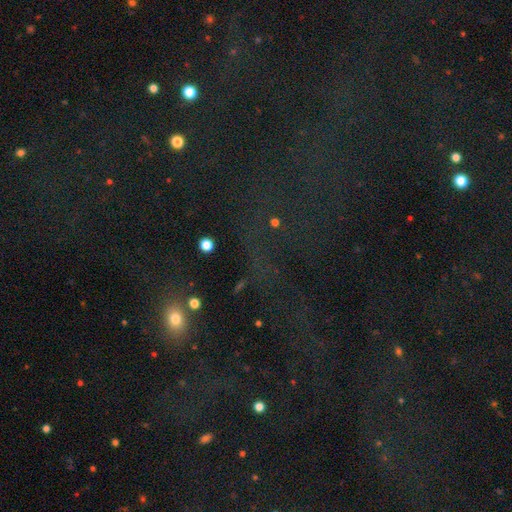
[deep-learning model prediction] Smooth or featured: star or artifact — 74% (smooth — 16%)